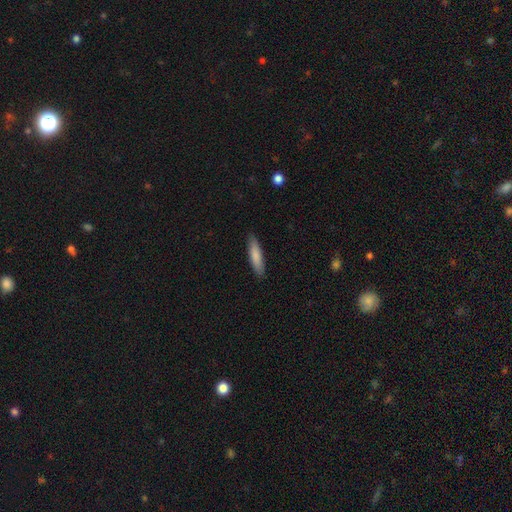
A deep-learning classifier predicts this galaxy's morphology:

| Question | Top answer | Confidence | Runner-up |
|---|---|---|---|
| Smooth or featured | smooth | 83% | featured or disk (11%) |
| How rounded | cigar-shaped | 77% | in between (22%) |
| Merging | none | 89% | minor disturbance (9%) |